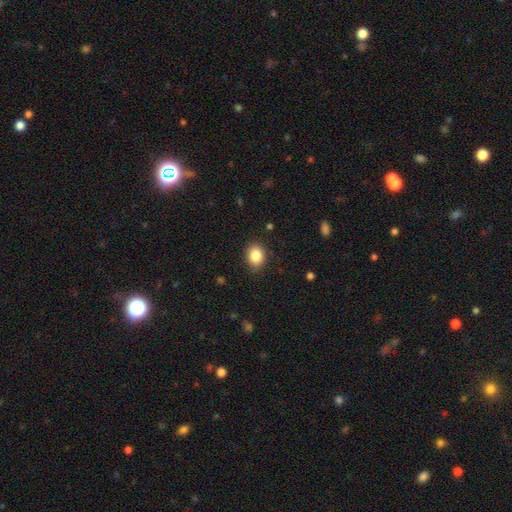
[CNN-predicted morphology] Q: Smooth or featured?
A: smooth (86%); runner-up: star or artifact (9%)
Q: How rounded?
A: in between (54%); runner-up: round (45%)
Q: Merging?
A: none (86%); runner-up: minor disturbance (10%)